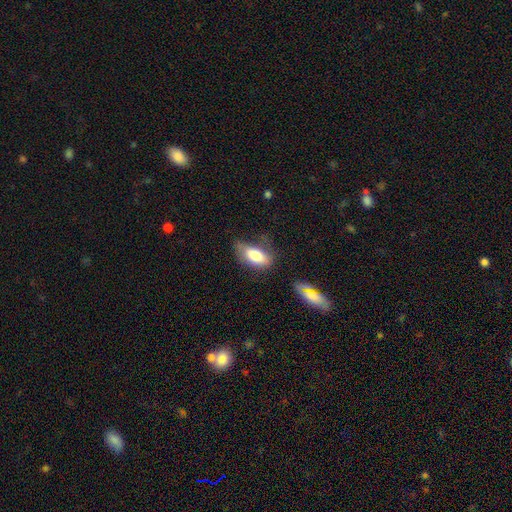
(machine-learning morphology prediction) Smooth or featured? smooth (77%)
How rounded? in between (87%)
Merging? none (48%)